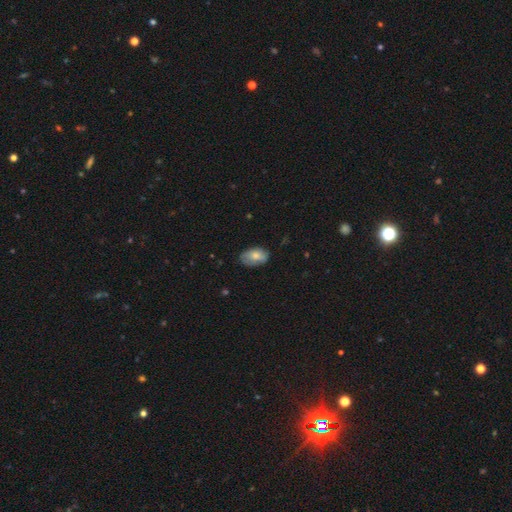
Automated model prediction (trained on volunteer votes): Smooth or featured?
  - smooth: 71% *
  - featured or disk: 22%
  - star or artifact: 7%
How rounded?
  - in between: 89% *
  - round: 9%
  - cigar-shaped: 1%
Merging?
  - none: 68% *
  - minor disturbance: 26%
  - major disturbance: 5%
  - merger: 1%